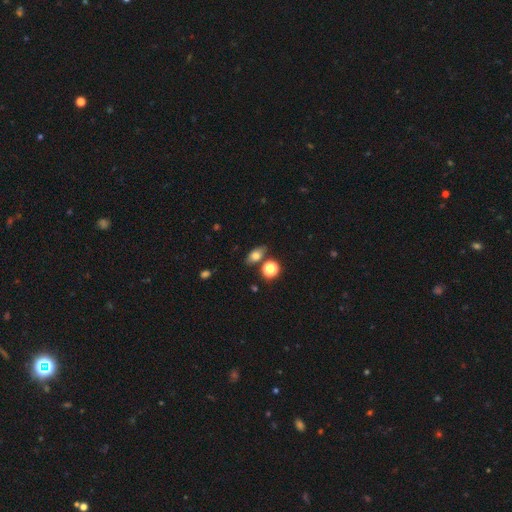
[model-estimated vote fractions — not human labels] This appears to be a smooth galaxy with no disk features (73%) that is in between round and cigar-shaped (76%). Merging: none (74%).